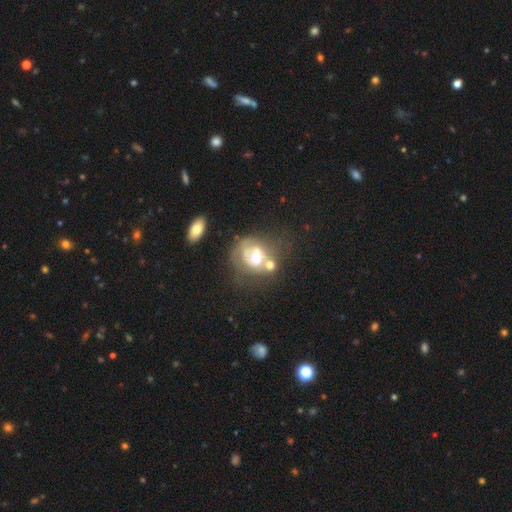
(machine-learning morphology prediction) smooth-or-featured: featured or disk: 53% | smooth: 33% | star or artifact: 14%
  disk-edge-on: no: 95% | yes: 5%
    bar: no: 74% | weak: 19% | strong: 7%
    has-spiral-arms: no: 65% | yes: 35%
    bulge-size: moderate: 67% | large: 14% | small: 14% | dominant: 3% | none: 2%
  merging: merger: 41% | none: 29% | major disturbance: 16% | minor disturbance: 14%